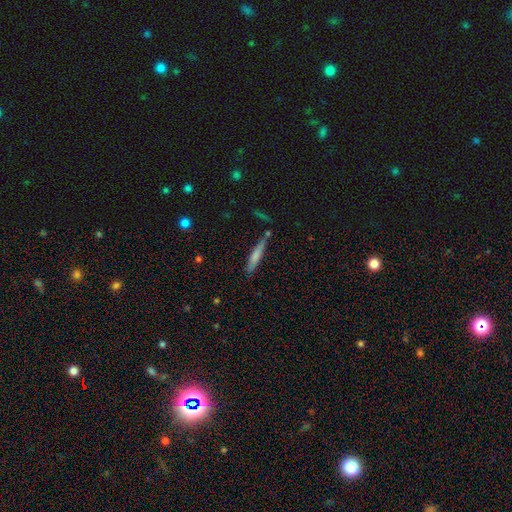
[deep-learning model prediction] Q: Smooth or featured?
A: smooth (70%); runner-up: featured or disk (23%)
Q: How rounded?
A: cigar-shaped (90%); runner-up: in between (9%)
Q: Merging?
A: none (72%); runner-up: minor disturbance (16%)